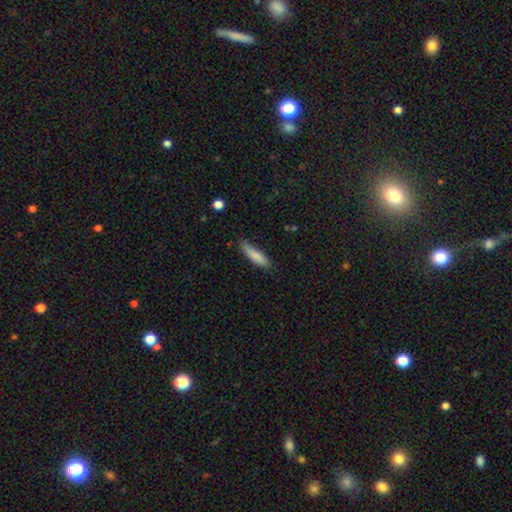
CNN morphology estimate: type=smooth (83%); roundness=cigar-shaped (75%); merging=none (70%).